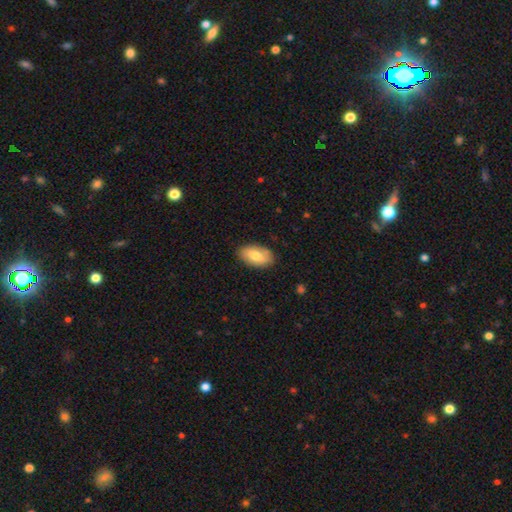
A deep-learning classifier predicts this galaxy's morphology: This is likely a smooth galaxy (73%). How rounded: clearly in between (94%). Merging: clearly none (83%).